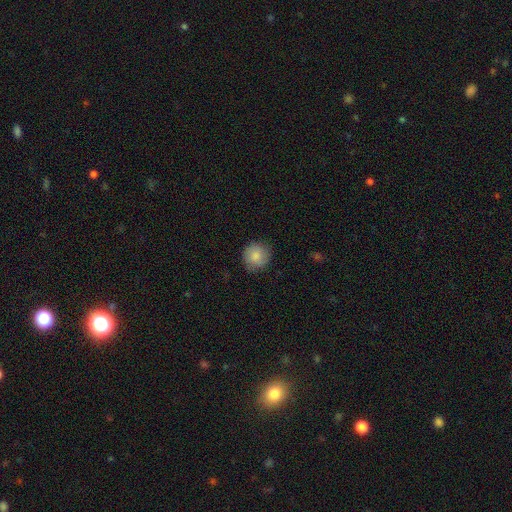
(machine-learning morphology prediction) type=smooth (83%); roundness=round (91%); merging=none (83%).